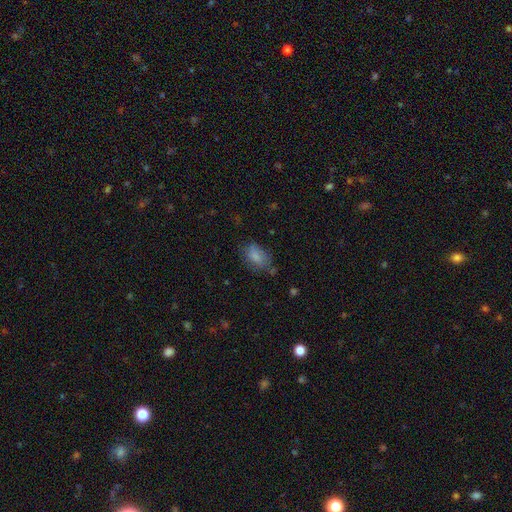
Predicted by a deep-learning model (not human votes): Smooth or featured? Predicted: smooth (p=0.82). How rounded? Predicted: in between (p=0.89). Merging? Predicted: none (p=0.59).